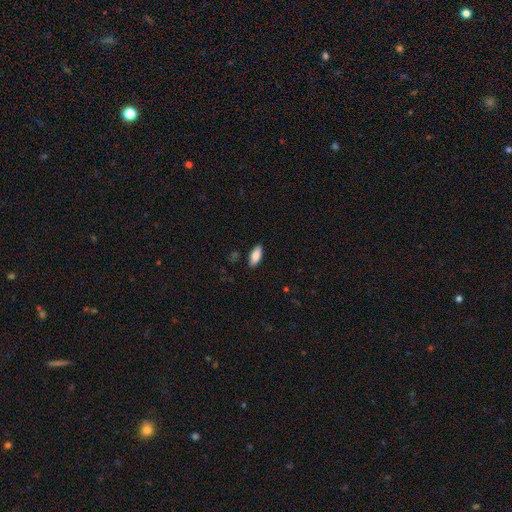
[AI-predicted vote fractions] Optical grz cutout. It shows a smooth galaxy with no disk features (84%) that is in between round and cigar-shaped (83%). Merging: none (88%).